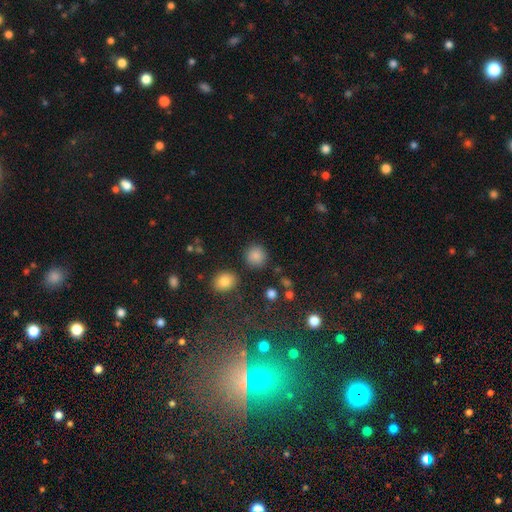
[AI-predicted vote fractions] Overall: smooth (85%). How rounded: round (90%). Merging: none (86%).